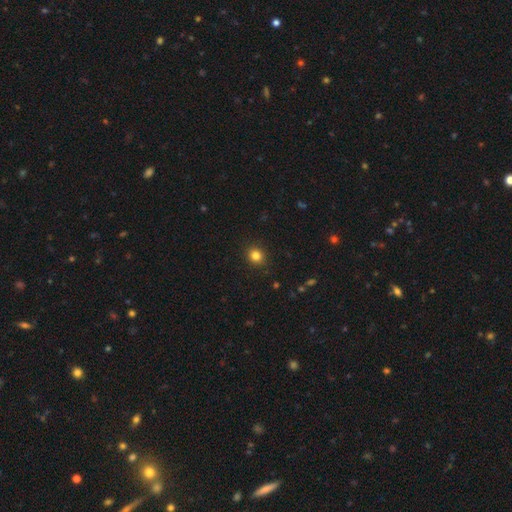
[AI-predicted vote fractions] Overall: smooth (82%). How rounded: round (83%). Merging: none (91%).